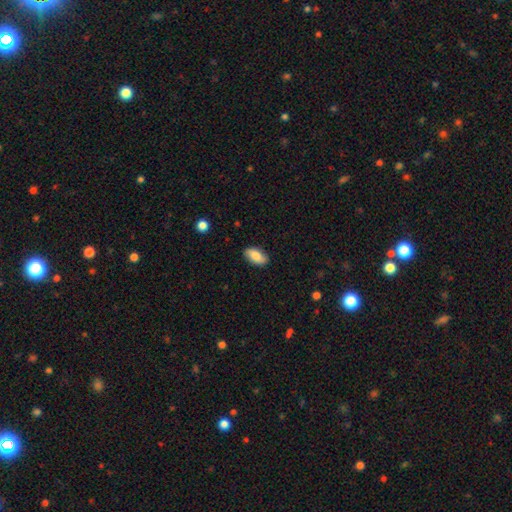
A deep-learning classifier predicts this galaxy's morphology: smooth 76%, featured or disk 17%, star or artifact 7%. Down the decision tree: how rounded — in between (93%); merging — none (86%).